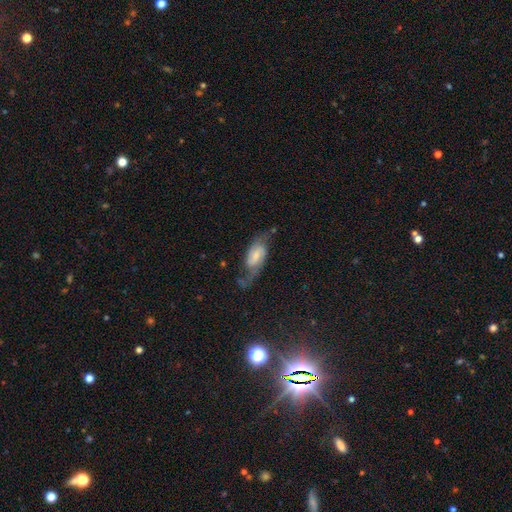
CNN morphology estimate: featured or disk 70%, smooth 22%, star or artifact 8%. Down the decision tree: edge-on disk — no (93%); bar — weak (51%); spiral arms — yes (92%); spiral arm count — 2 (88%); spiral winding — loose (46%); bulge size — small (41%); merging — none (56%).